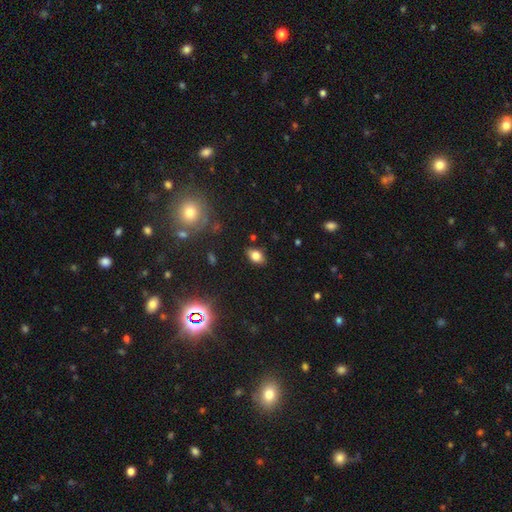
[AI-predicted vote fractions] Q: Smooth or featured?
A: smooth (76%); runner-up: star or artifact (12%)
Q: How rounded?
A: in between (84%); runner-up: round (14%)
Q: Merging?
A: none (83%); runner-up: minor disturbance (13%)